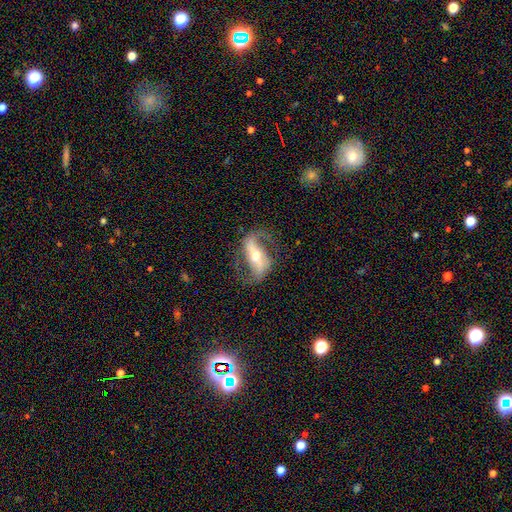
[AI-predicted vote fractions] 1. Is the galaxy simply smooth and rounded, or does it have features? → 87% featured or disk, 8% smooth, 5% star or artifact.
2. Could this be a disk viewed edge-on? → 91% no, 9% yes.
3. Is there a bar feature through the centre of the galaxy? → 62% strong, 23% weak, 15% no.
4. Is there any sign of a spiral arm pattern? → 93% yes, 7% no.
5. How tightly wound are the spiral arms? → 56% loose, 34% medium, 10% tight.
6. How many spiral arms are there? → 91% 2, 3% 1, 3% can't tell, 1% 3, 1% 4, 1% more than 4.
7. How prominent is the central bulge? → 60% moderate, 34% small, 5% large, 1% dominant, 1% none.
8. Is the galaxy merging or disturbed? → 74% none, 14% minor disturbance, 10% major disturbance, 2% merger.